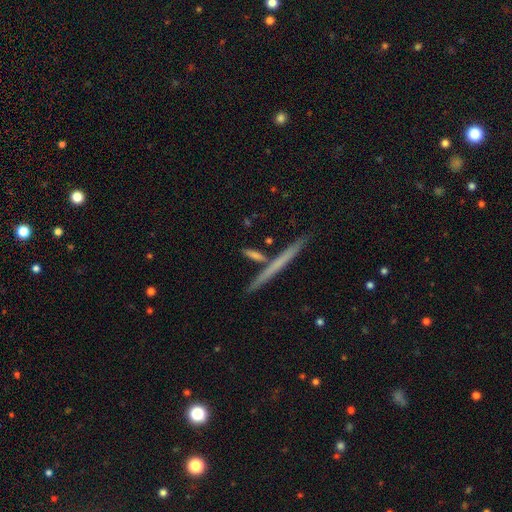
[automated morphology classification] smooth_or_featured: smooth (p=0.55) [alt: featured or disk p=0.39]
how_rounded: cigar-shaped (p=0.91) [alt: in between p=0.06]
merging: none (p=0.76) [alt: merger p=0.12]